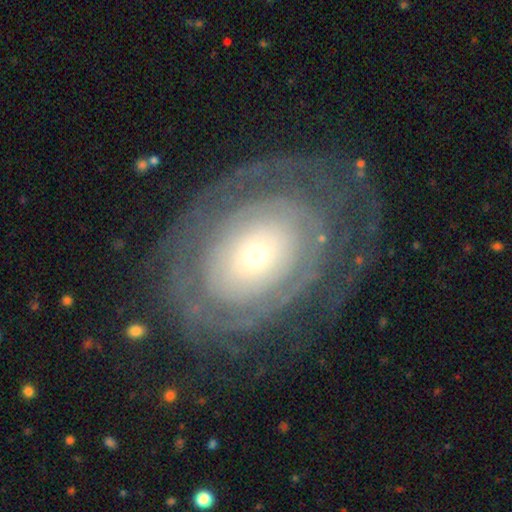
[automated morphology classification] Q: Smooth or featured?
A: featured or disk (73%); runner-up: smooth (21%)
Q: Edge-on disk?
A: no (95%); runner-up: yes (5%)
Q: Bar?
A: no (88%); runner-up: weak (8%)
Q: Spiral arms?
A: yes (62%); runner-up: no (38%)
Q: Bulge size?
A: small (69%); runner-up: moderate (23%)
Q: Merging?
A: none (72%); runner-up: minor disturbance (15%)